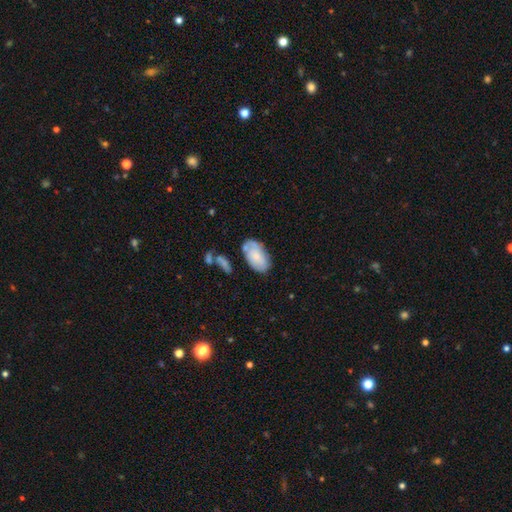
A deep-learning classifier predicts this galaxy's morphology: smooth 63%, featured or disk 30%, star or artifact 7%. Down the decision tree: how rounded — in between (93%); merging — none (59%).